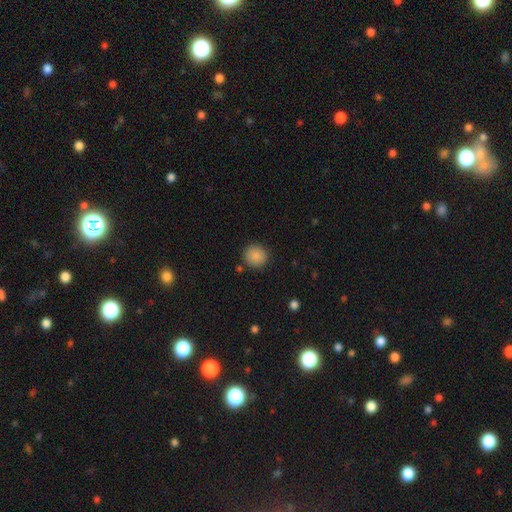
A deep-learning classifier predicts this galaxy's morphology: A smooth galaxy with no disk features (87%) that is round (92%).

Vote fractions:
- Smooth or featured? smooth: 87% / star or artifact: 8% / featured or disk: 5%
- How rounded? round: 92% / in between: 7% / cigar-shaped: 1%
- Merging? none: 88% / minor disturbance: 7% / major disturbance: 2% / merger: 2%